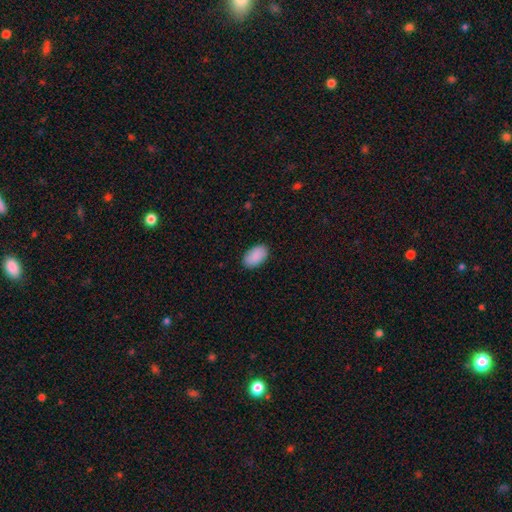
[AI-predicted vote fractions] This is clearly a smooth galaxy (90%). How rounded: clearly in between (94%). Merging: clearly none (88%).